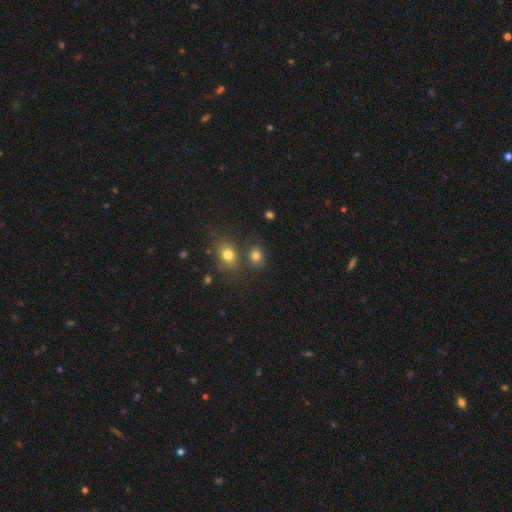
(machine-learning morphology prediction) smooth 78%, star or artifact 15%, featured or disk 8%. Down the decision tree: how rounded — in between (50%); merging — none (67%).